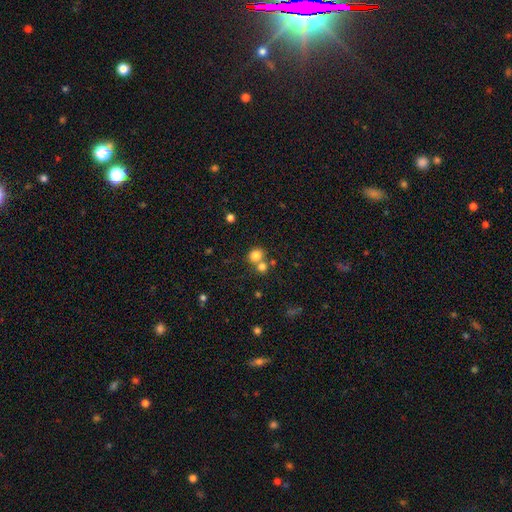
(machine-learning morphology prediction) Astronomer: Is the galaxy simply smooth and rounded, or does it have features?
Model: smooth — 80%.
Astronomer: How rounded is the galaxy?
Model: round — 75%.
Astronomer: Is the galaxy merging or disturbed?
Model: none — 51% (runner-up: merger, 38%).